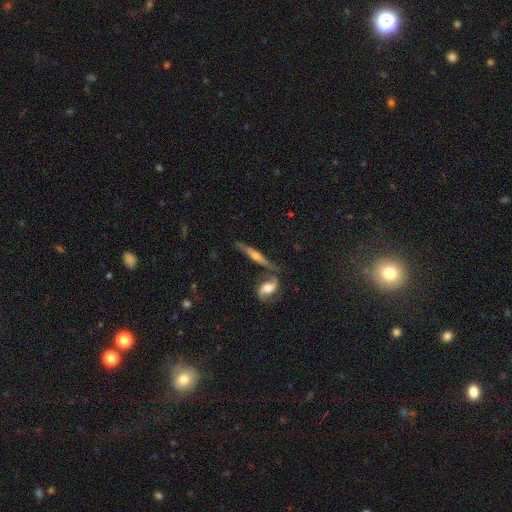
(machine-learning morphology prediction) A featured or disk galaxy (73%) viewed edge-on (88%) with a rounded central bulge (85%).

Vote fractions:
- Smooth or featured? featured or disk: 73% / smooth: 21% / star or artifact: 6%
- Edge-on disk? yes: 88% / no: 12%
- Edge-on bulge? rounded: 85% / none: 9% / boxy: 6%
- Merging? none: 66% / merger: 16% / minor disturbance: 14% / major disturbance: 4%